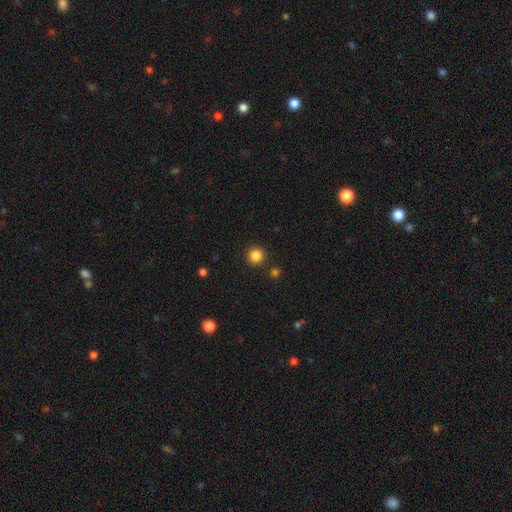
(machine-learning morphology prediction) smooth_or_featured: smooth (p=0.85) [alt: star or artifact p=0.12]
how_rounded: round (p=0.95) [alt: in between p=0.04]
merging: none (p=0.90) [alt: minor disturbance p=0.05]